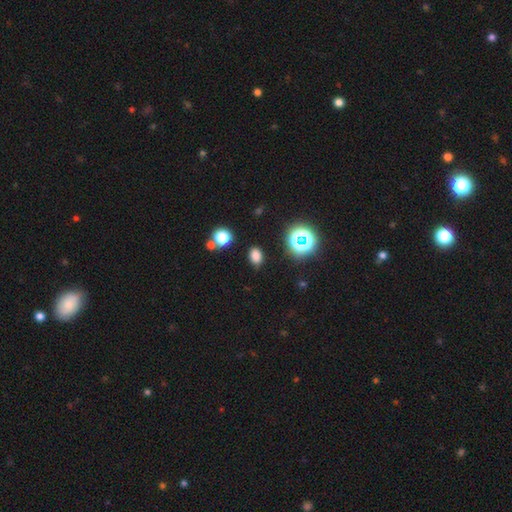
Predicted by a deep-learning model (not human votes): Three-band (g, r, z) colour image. It shows a smooth galaxy with no disk features (75%) that is in between round and cigar-shaped (75%). Merging: none (83%).